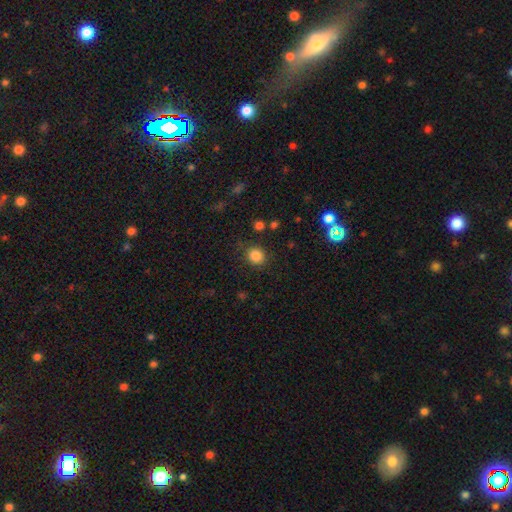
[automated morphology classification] A smooth galaxy with no disk features (84%) that is round (76%).

Vote fractions:
- Smooth or featured? smooth: 84% / star or artifact: 12% / featured or disk: 4%
- How rounded? round: 76% / in between: 23% / cigar-shaped: 1%
- Merging? none: 85% / minor disturbance: 9% / major disturbance: 4% / merger: 2%